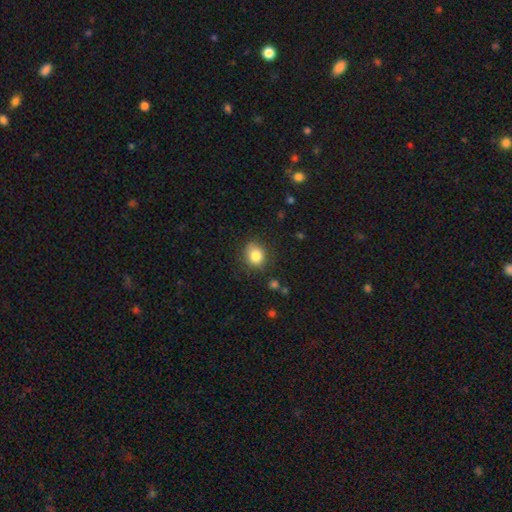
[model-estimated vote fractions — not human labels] Smooth or featured? smooth (83%)
How rounded? round (61%)
Merging? none (80%)